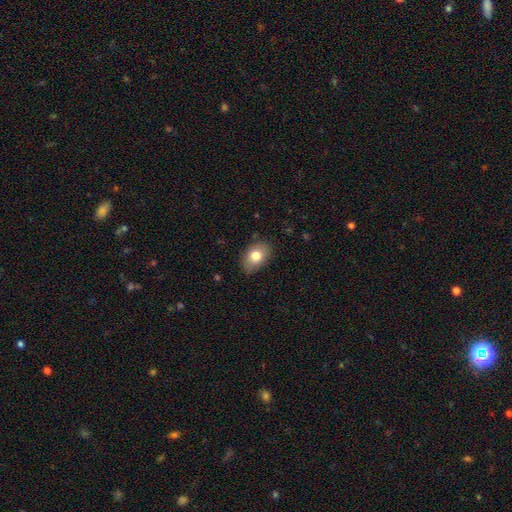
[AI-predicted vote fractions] smooth_or_featured: smooth (p=0.79) [alt: featured or disk p=0.13]
how_rounded: in between (p=0.83) [alt: round p=0.16]
merging: none (p=0.82) [alt: minor disturbance p=0.14]